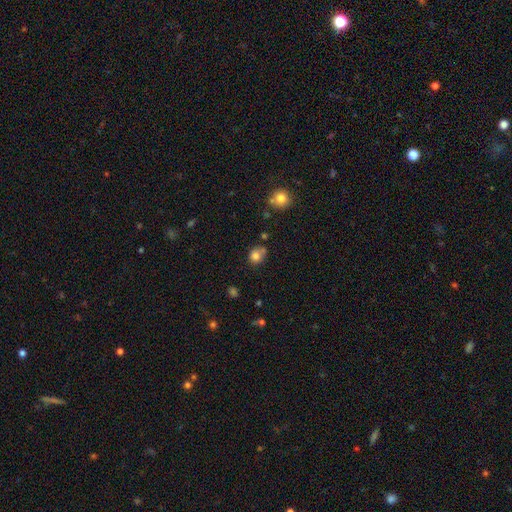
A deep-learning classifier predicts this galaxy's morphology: A smooth galaxy with no disk features (79%) that is round (69%).

Vote fractions:
- Smooth or featured? smooth: 79% / star or artifact: 12% / featured or disk: 9%
- How rounded? round: 69% / in between: 30% / cigar-shaped: 1%
- Merging? none: 53% / minor disturbance: 23% / merger: 16% / major disturbance: 8%